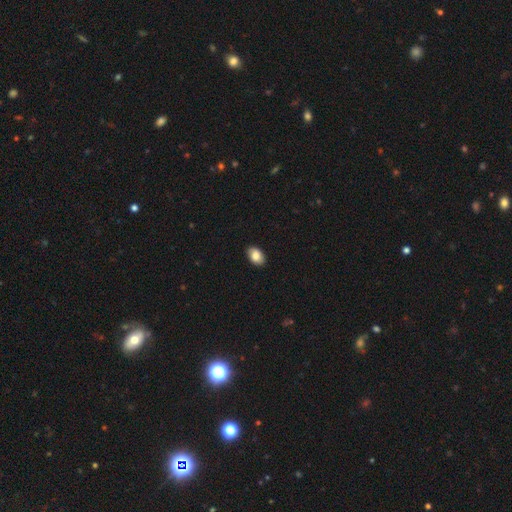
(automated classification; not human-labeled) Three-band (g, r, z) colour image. It shows a smooth galaxy with no disk features (85%) that is in between round and cigar-shaped (88%). Merging: none (89%).